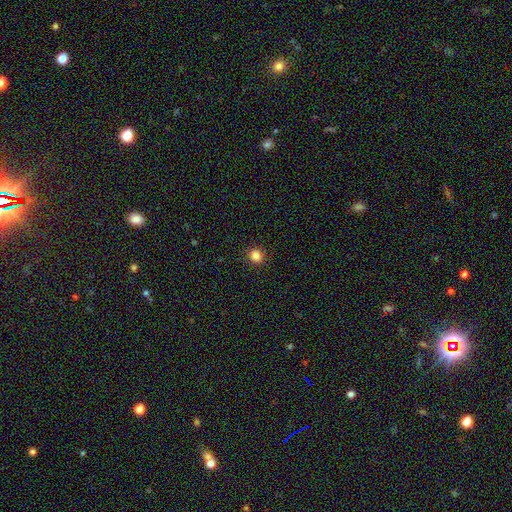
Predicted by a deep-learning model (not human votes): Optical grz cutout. It shows a smooth galaxy with no disk features (84%) that is round (89%). Merging: none (92%).